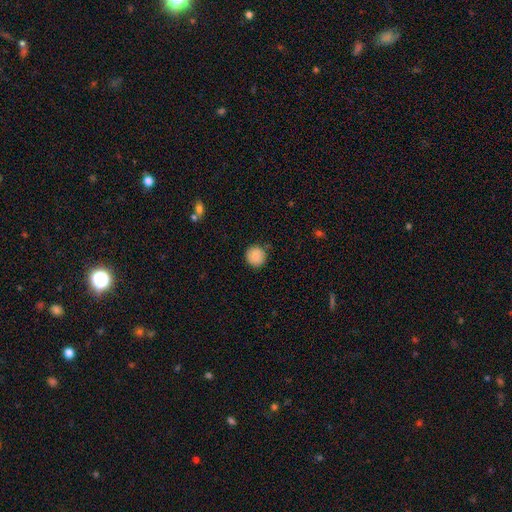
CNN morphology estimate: Overall: smooth (87%). How rounded: round (92%). Merging: none (84%).